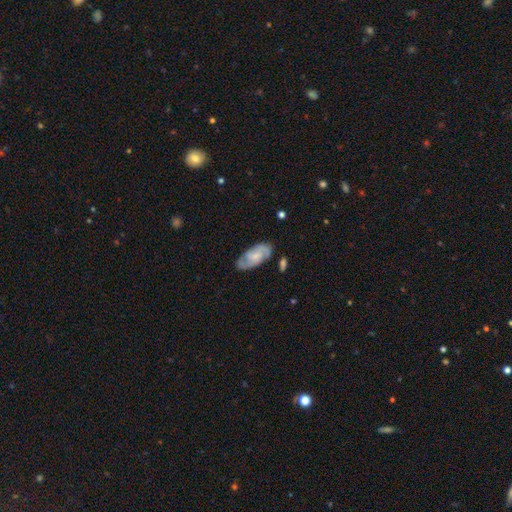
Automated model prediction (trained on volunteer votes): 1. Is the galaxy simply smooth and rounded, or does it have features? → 66% featured or disk, 28% smooth, 6% star or artifact.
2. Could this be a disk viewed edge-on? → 93% no, 7% yes.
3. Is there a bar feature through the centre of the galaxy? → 60% no, 34% weak, 6% strong.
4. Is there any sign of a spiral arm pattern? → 91% yes, 9% no.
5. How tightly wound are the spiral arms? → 44% medium, 43% tight, 13% loose.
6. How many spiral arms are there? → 64% 2, 18% can't tell, 11% 3, 3% 1, 2% 4, 2% more than 4.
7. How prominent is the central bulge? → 47% small, 31% moderate, 16% none, 4% large, 1% dominant.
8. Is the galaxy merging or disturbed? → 77% none, 16% minor disturbance, 4% major disturbance, 3% merger.